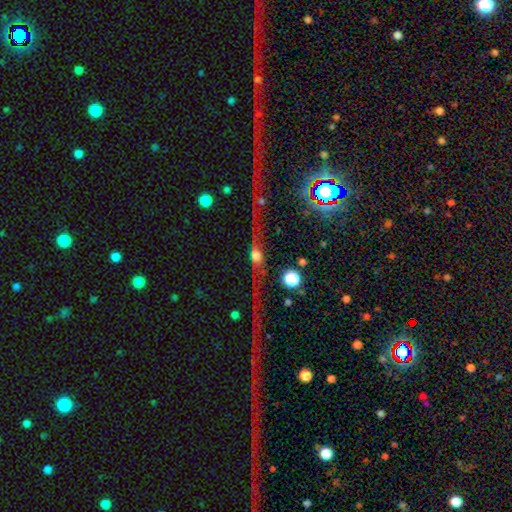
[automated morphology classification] Smooth or featured?
  - featured or disk: 65% *
  - smooth: 20%
  - star or artifact: 15%
Edge-on disk?
  - yes: 79% *
  - no: 21%
Edge-on bulge?
  - rounded: 88% *
  - boxy: 7%
  - none: 6%
Merging?
  - none: 71% *
  - minor disturbance: 13%
  - major disturbance: 10%
  - merger: 7%